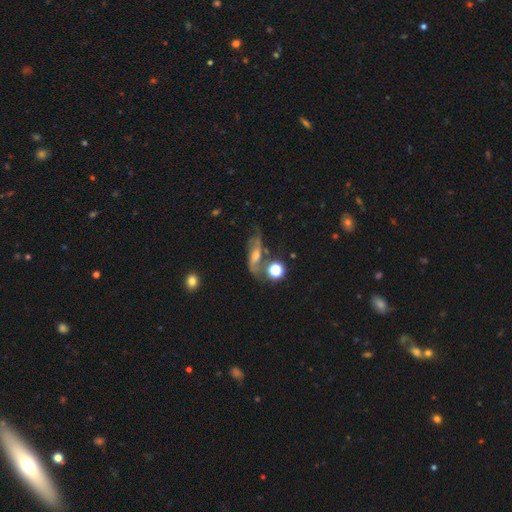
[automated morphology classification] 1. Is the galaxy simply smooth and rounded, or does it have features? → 60% featured or disk, 24% smooth, 15% star or artifact.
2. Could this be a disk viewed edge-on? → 78% no, 22% yes.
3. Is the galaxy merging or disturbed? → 49% none, 21% minor disturbance, 17% major disturbance, 13% merger.